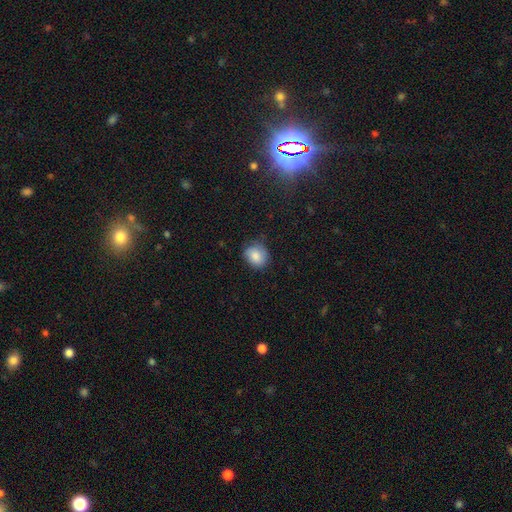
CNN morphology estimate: A smooth galaxy with no disk features (84%) that is round (65%). Merging: none (69%).